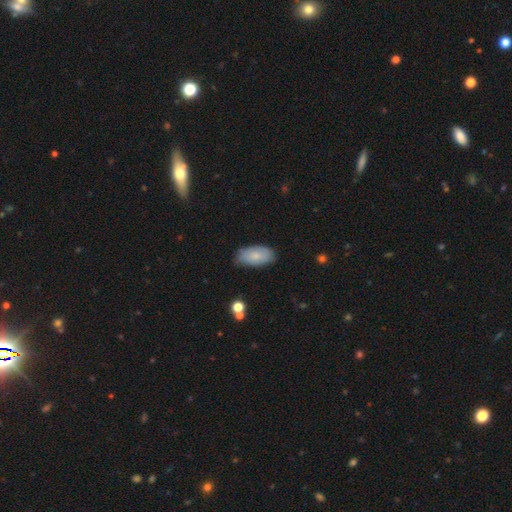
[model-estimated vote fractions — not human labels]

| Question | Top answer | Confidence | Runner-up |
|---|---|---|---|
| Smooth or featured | smooth | 79% | featured or disk (15%) |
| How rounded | in between | 93% | cigar-shaped (4%) |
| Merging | none | 73% | minor disturbance (22%) |